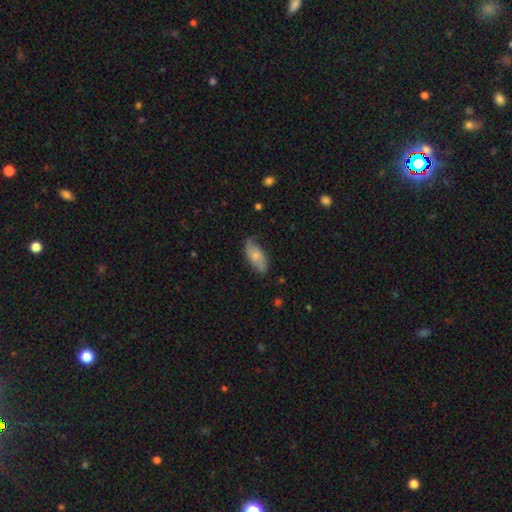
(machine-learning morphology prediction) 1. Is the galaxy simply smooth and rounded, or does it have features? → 53% smooth, 41% featured or disk, 6% star or artifact.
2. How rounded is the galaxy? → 87% in between, 10% cigar-shaped, 3% round.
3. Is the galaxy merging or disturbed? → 62% none, 28% minor disturbance, 8% major disturbance, 2% merger.